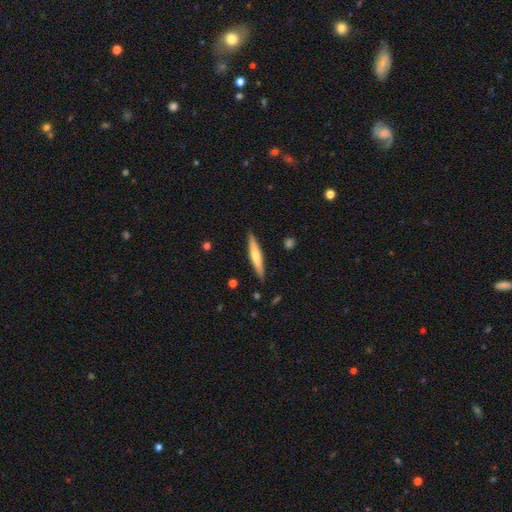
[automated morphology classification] This is possibly a smooth galaxy (50%). How rounded: clearly cigar-shaped (91%). Merging: clearly none (89%).